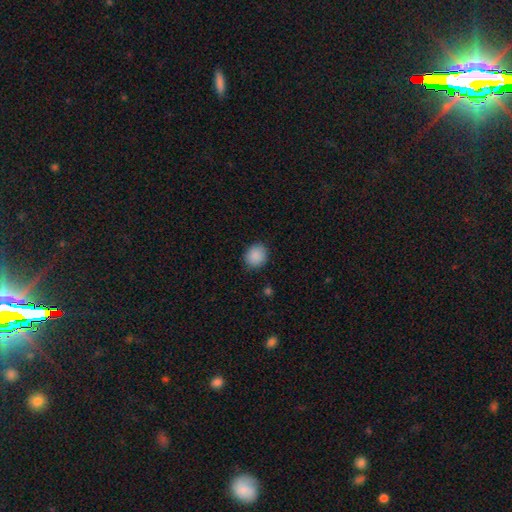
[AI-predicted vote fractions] Smooth or featured? smooth (89%)
How rounded? round (77%)
Merging? none (88%)